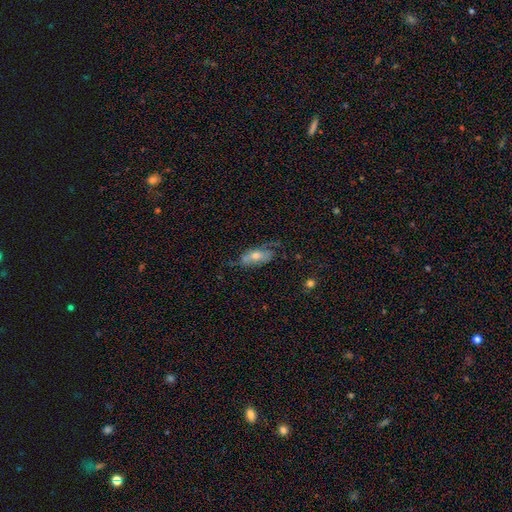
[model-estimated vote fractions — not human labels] Smooth or featured?
  - featured or disk: 48% *
  - smooth: 42%
  - star or artifact: 10%
Merging?
  - none: 55% *
  - minor disturbance: 28%
  - major disturbance: 14%
  - merger: 4%